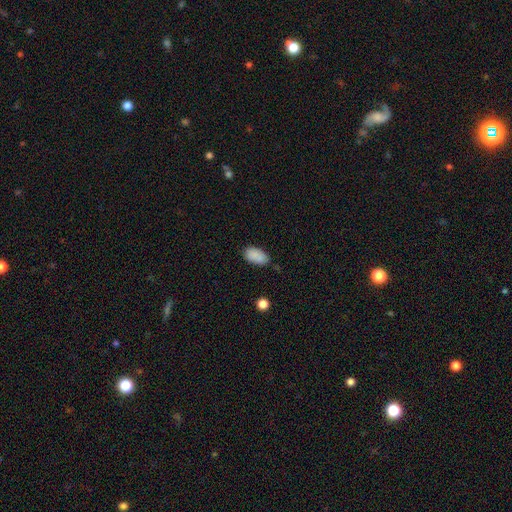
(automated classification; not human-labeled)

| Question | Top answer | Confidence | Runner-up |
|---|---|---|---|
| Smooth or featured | smooth | 86% | star or artifact (8%) |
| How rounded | in between | 94% | round (4%) |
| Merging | none | 70% | minor disturbance (22%) |